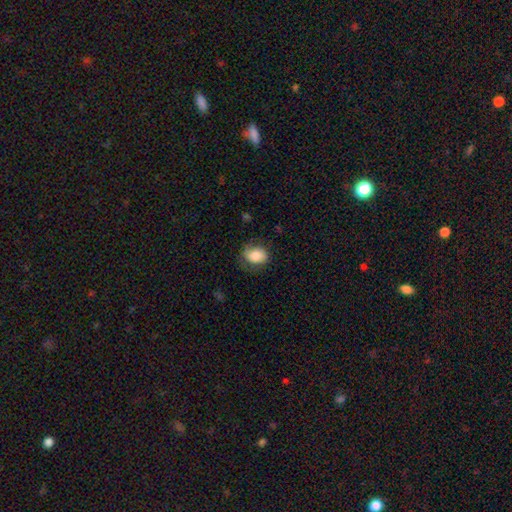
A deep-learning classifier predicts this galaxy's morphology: Smooth or featured? smooth (78%)
How rounded? in between (61%)
Merging? none (64%)